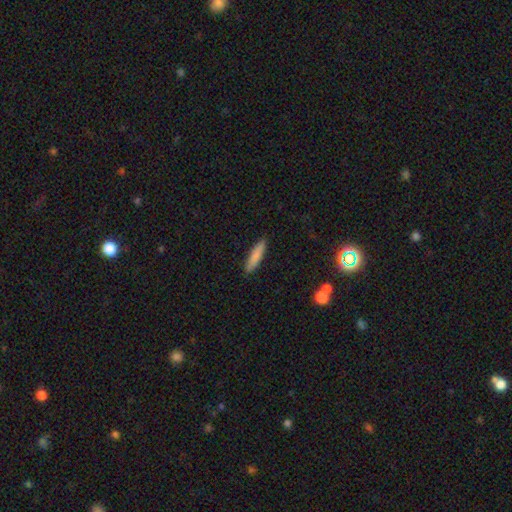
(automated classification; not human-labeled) A smooth galaxy with no disk features (83%) that is cigar-shaped (83%). Merging: none (89%).